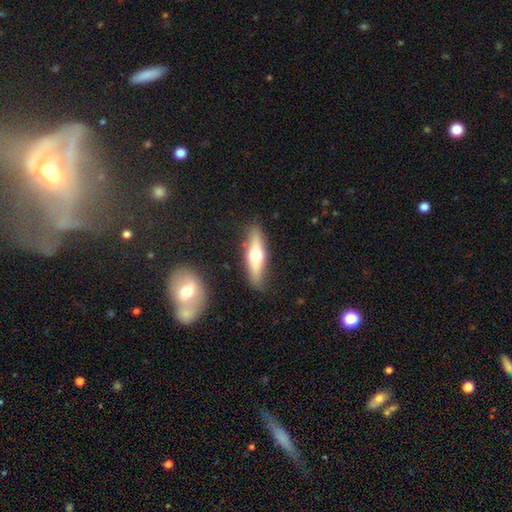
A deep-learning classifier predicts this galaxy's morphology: This is possibly a featured or disk galaxy (50%). Merging: clearly none (85%).